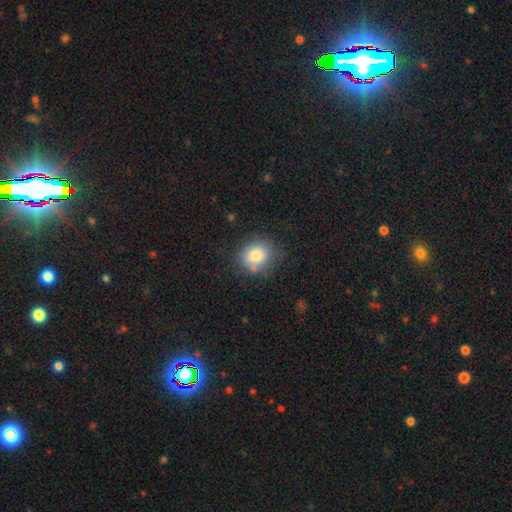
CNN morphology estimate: Smooth or featured? Predicted: smooth (p=0.82). How rounded? Predicted: round (p=0.66). Merging? Predicted: none (p=0.76).